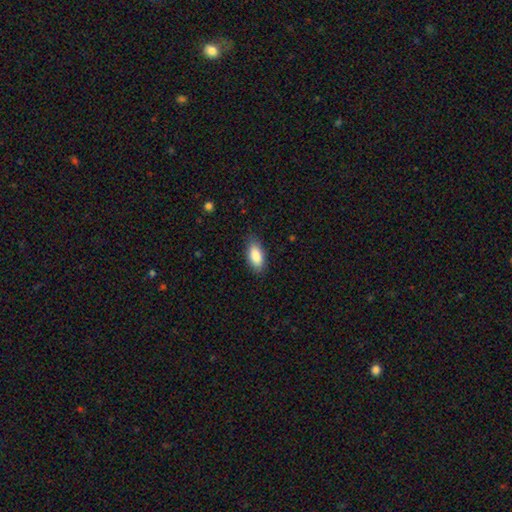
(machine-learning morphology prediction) Smooth or featured? Predicted: smooth (p=0.87). How rounded? Predicted: in between (p=0.88). Merging? Predicted: none (p=0.84).